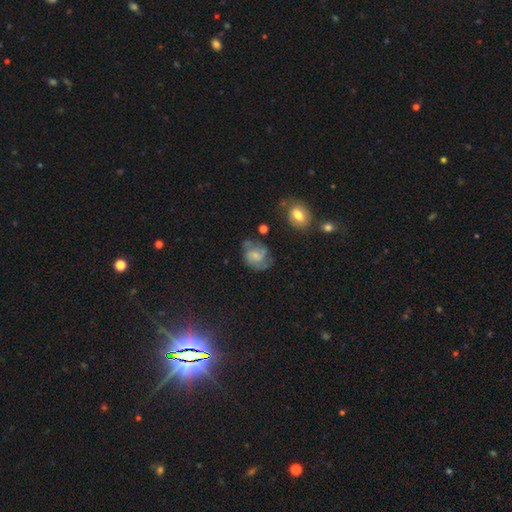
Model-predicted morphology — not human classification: Smooth or featured?
  - featured or disk: 48% *
  - smooth: 42%
  - star or artifact: 10%
Merging?
  - none: 49% *
  - minor disturbance: 27%
  - major disturbance: 19%
  - merger: 5%